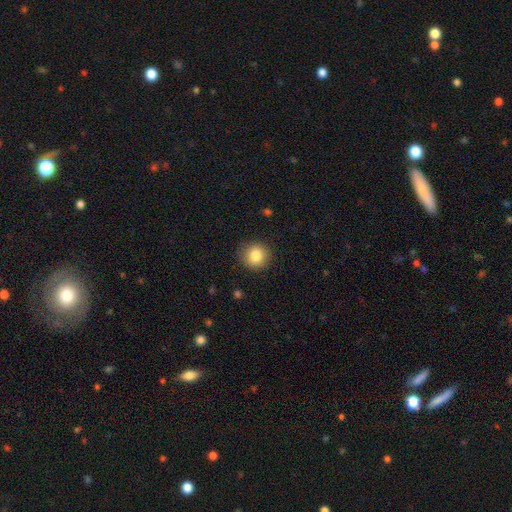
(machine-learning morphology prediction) A smooth galaxy with no disk features (84%) that is round (92%).

Vote fractions:
- Smooth or featured? smooth: 84% / star or artifact: 9% / featured or disk: 7%
- How rounded? round: 92% / in between: 7% / cigar-shaped: 1%
- Merging? none: 88% / minor disturbance: 8% / major disturbance: 2% / merger: 1%